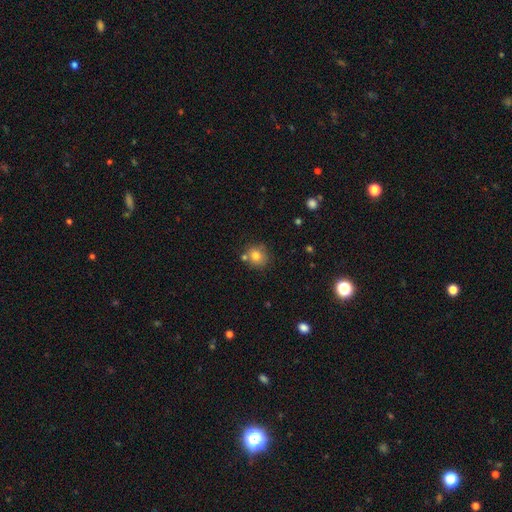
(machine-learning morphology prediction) A smooth galaxy with no disk features (78%) that is round (83%).

Vote fractions:
- Smooth or featured? smooth: 78% / featured or disk: 11% / star or artifact: 11%
- How rounded? round: 83% / in between: 16% / cigar-shaped: 1%
- Merging? none: 71% / minor disturbance: 13% / merger: 13% / major disturbance: 3%